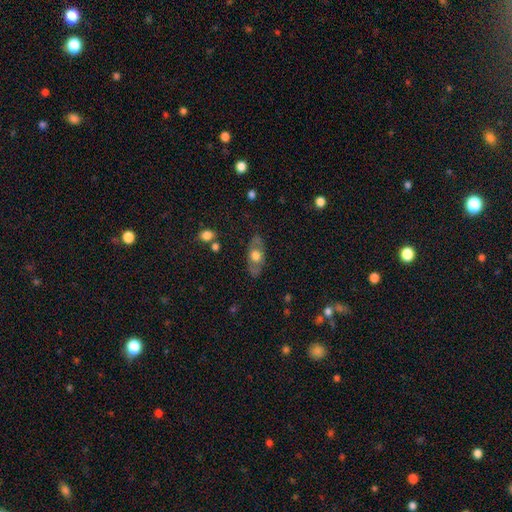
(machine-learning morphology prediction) smooth-or-featured: smooth: 51% | featured or disk: 42% | star or artifact: 7%
  how-rounded: in between: 79% | round: 13% | cigar-shaped: 8%
  merging: none: 76% | minor disturbance: 16% | major disturbance: 6% | merger: 2%